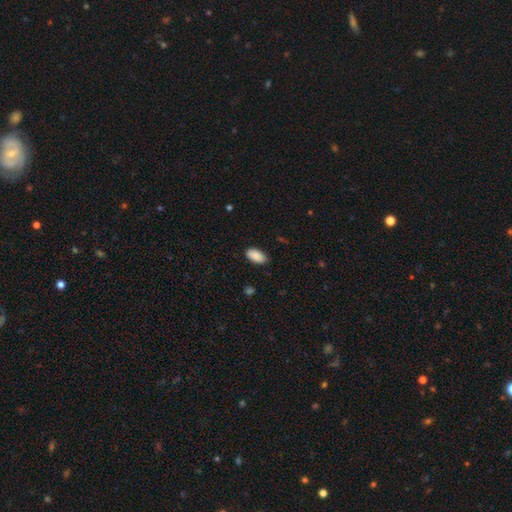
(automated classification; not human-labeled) This appears to be a smooth galaxy with no disk features (90%) that is in between round and cigar-shaped (94%). Merging: none (85%).